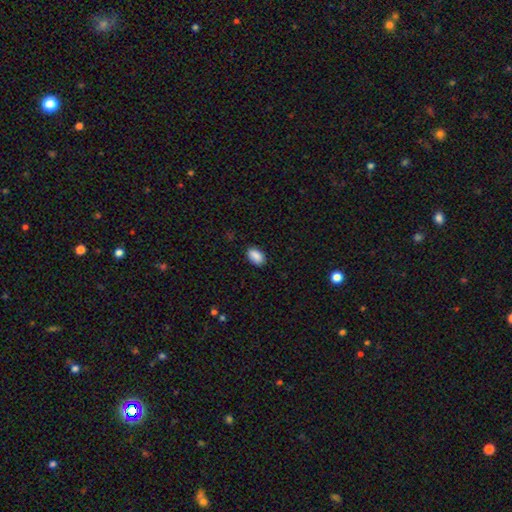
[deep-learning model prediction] smooth 90%, star or artifact 7%, featured or disk 3%. Down the decision tree: how rounded — in between (91%); merging — none (87%).